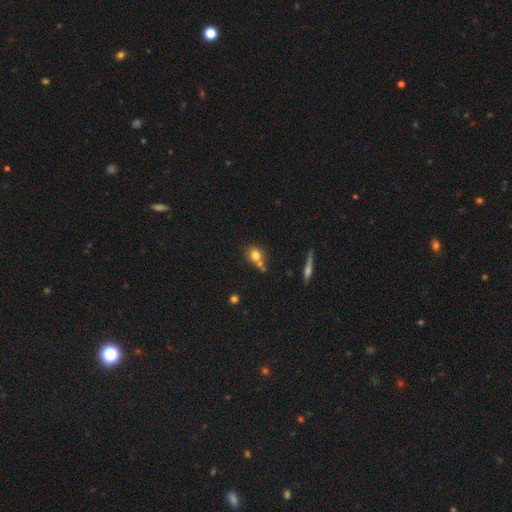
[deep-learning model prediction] smooth_or_featured: smooth (p=0.74) [alt: featured or disk p=0.15]
how_rounded: round (p=0.68) [alt: in between p=0.30]
merging: none (p=0.49) [alt: merger p=0.31]